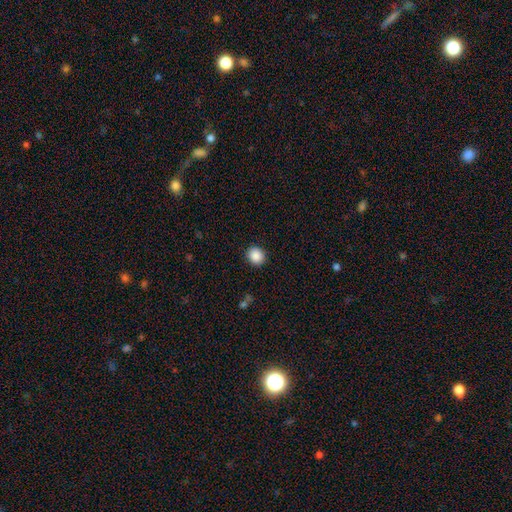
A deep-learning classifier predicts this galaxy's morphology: This is clearly a smooth galaxy (88%). How rounded: likely round (79%). Merging: clearly none (91%).